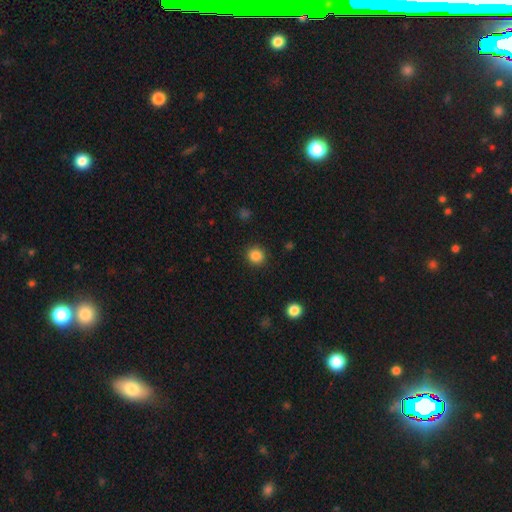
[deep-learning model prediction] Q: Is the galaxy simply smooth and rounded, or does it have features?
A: smooth — 86%.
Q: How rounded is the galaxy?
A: round — 91%.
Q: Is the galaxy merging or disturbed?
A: none — 90%.